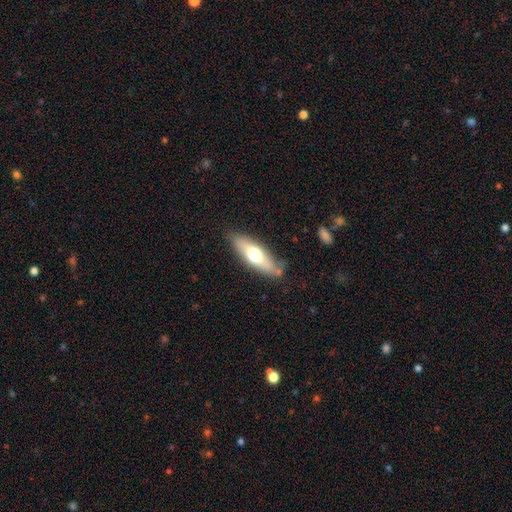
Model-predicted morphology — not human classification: Smooth or featured? Predicted: smooth (p=0.56). How rounded? Predicted: in between (p=0.50). Merging? Predicted: none (p=0.77).